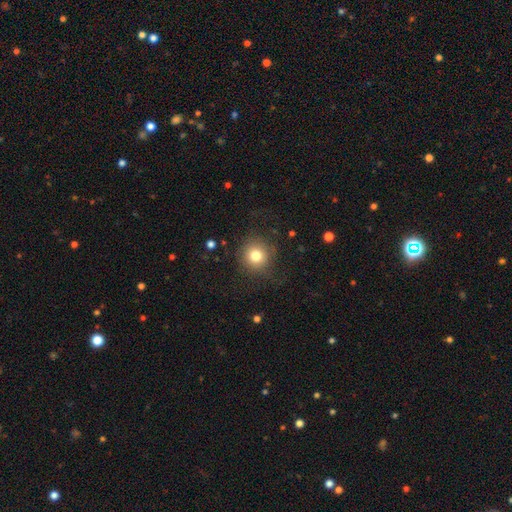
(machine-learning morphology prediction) Q: Smooth or featured?
A: smooth (78%); runner-up: star or artifact (12%)
Q: How rounded?
A: round (92%); runner-up: in between (7%)
Q: Merging?
A: none (81%); runner-up: minor disturbance (11%)